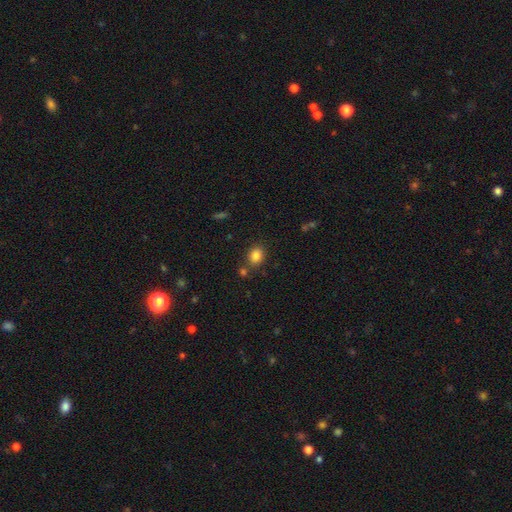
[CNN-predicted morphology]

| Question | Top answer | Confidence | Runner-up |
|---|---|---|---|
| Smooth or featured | smooth | 84% | star or artifact (11%) |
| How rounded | in between | 52% | round (47%) |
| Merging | none | 77% | minor disturbance (11%) |